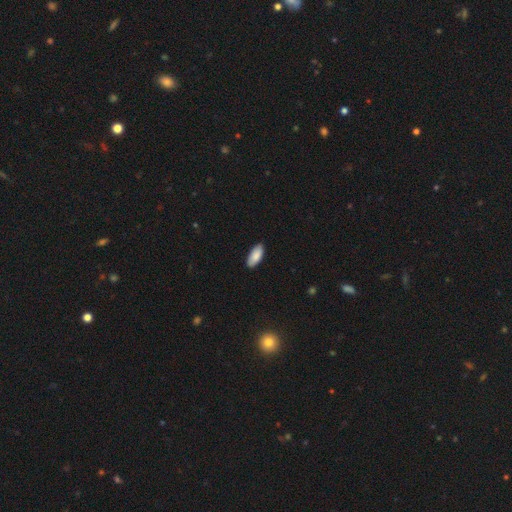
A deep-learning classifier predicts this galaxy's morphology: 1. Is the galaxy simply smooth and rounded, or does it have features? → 87% smooth, 8% featured or disk, 6% star or artifact.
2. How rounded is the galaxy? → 89% in between, 9% cigar-shaped, 2% round.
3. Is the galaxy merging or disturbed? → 86% none, 11% minor disturbance, 2% major disturbance, 1% merger.